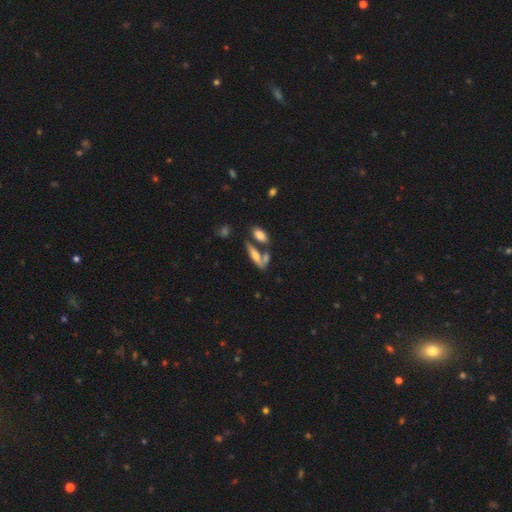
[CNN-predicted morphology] type=smooth (53%); roundness=in between (50%); merging=none (47%).